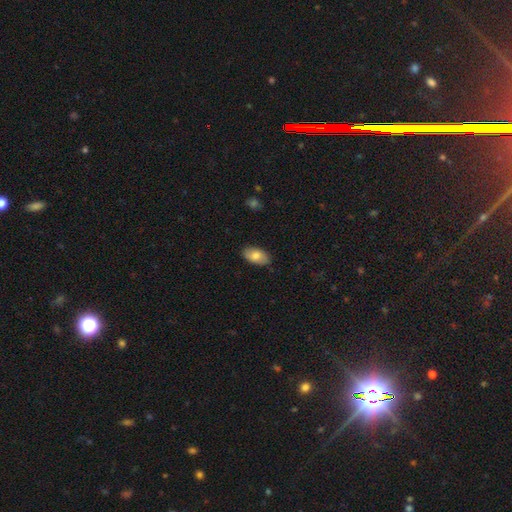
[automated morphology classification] type=smooth (80%); roundness=in between (94%); merging=none (86%).